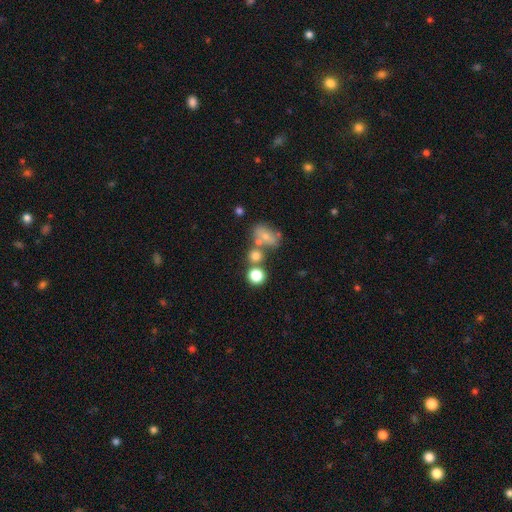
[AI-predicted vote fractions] This appears to be a smooth galaxy with no disk features (69%) that is round (71%). Merging: none (51%).